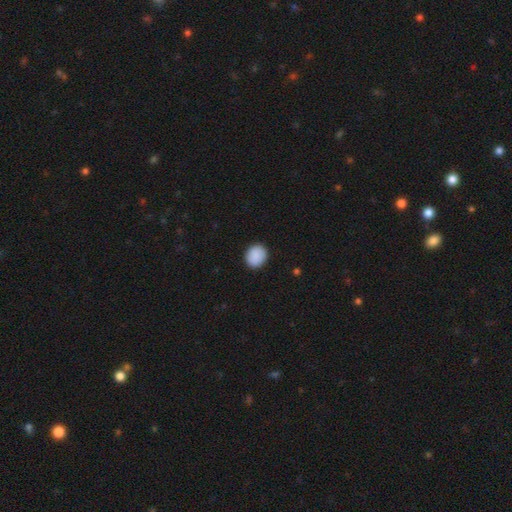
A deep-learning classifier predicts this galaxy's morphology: Overall: smooth (90%). How rounded: round (73%). Merging: none (90%).